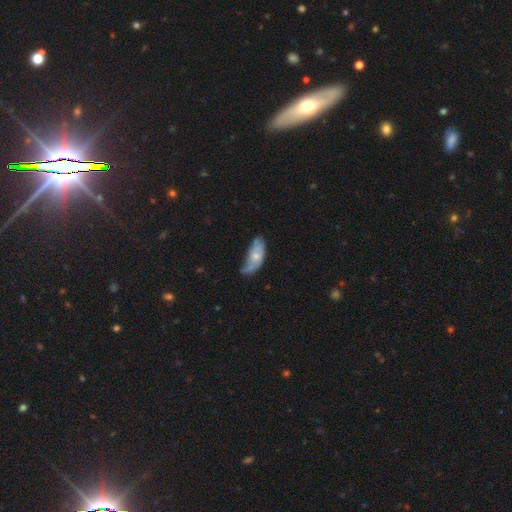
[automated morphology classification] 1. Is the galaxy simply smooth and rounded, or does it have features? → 52% smooth, 41% featured or disk, 7% star or artifact.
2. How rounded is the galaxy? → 84% in between, 13% cigar-shaped, 3% round.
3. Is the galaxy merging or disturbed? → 39% minor disturbance, 35% none, 20% major disturbance, 6% merger.